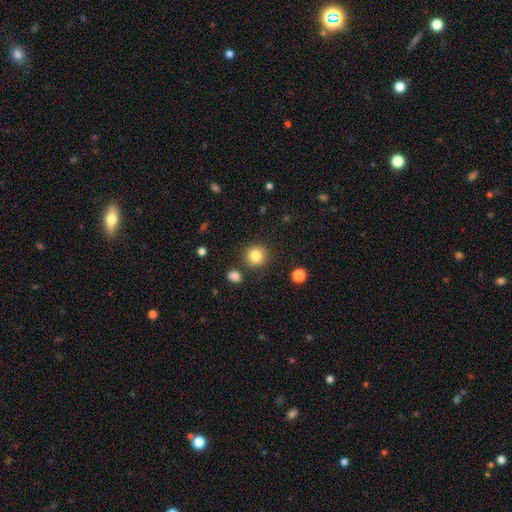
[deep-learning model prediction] smooth 84%, star or artifact 10%, featured or disk 6%. Down the decision tree: how rounded — round (91%); merging — none (86%).